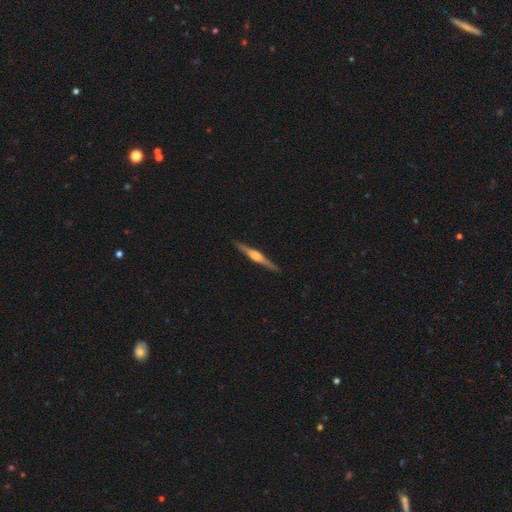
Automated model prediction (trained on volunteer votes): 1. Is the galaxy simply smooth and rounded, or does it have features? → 80% featured or disk, 15% smooth, 5% star or artifact.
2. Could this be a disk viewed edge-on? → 98% yes, 2% no.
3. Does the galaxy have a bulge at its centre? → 87% rounded, 10% boxy, 3% none.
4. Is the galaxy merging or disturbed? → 92% none, 6% minor disturbance, 1% major disturbance, 1% merger.